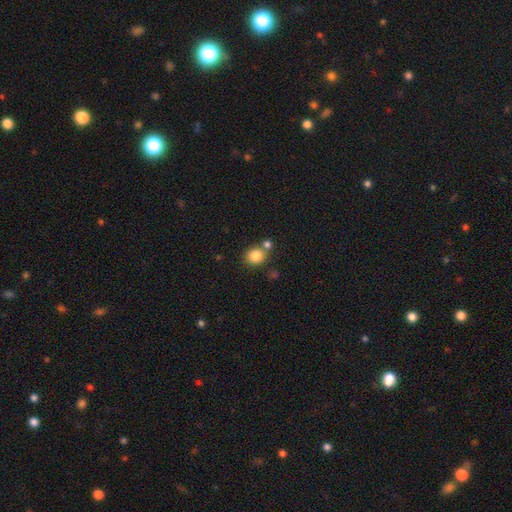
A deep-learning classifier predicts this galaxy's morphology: This appears to be a smooth galaxy with no disk features (84%) that is round (78%). Merging: none (65%).